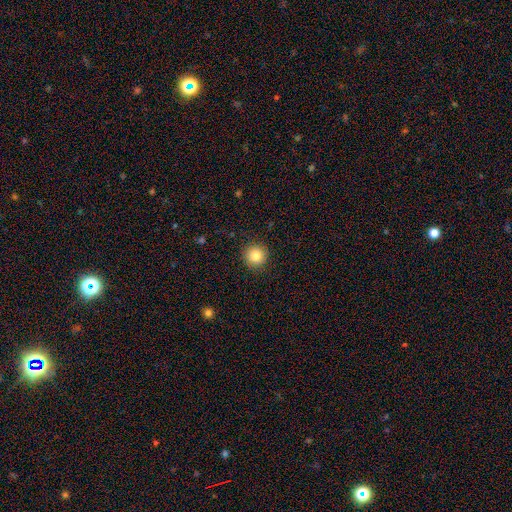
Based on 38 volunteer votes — Morphology: type=smooth (87%); roundness=round (88%); merging=none (83%).